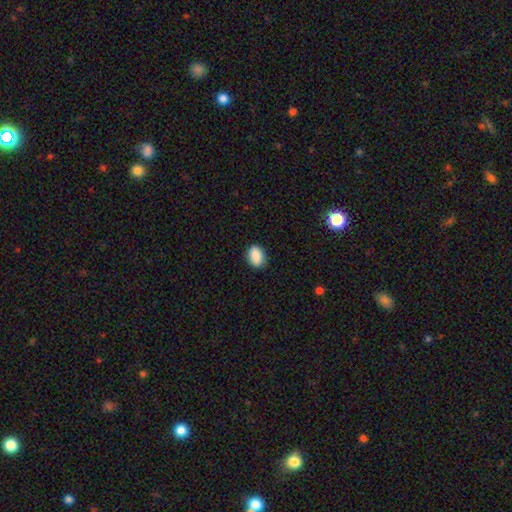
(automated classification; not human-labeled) Smooth or featured? smooth (88%)
How rounded? in between (79%)
Merging? none (87%)